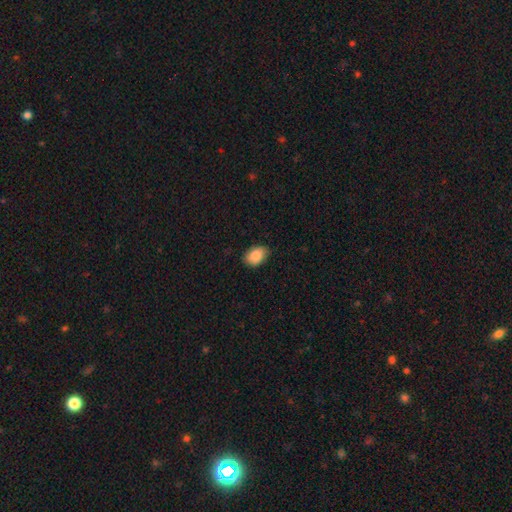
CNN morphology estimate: Smooth or featured? smooth (89%)
How rounded? in between (83%)
Merging? none (80%)